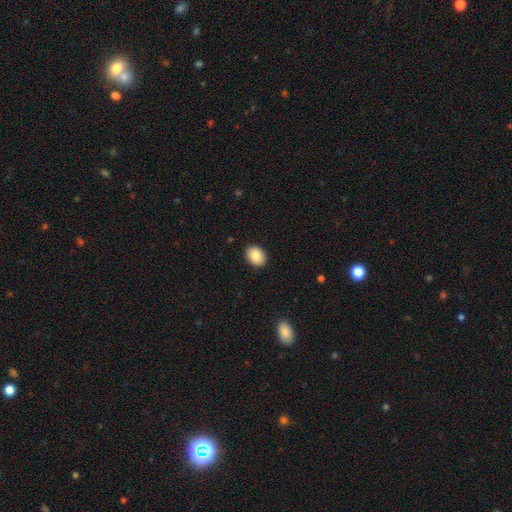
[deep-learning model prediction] Morphology: type=smooth (87%); roundness=in between (63%); merging=none (90%).